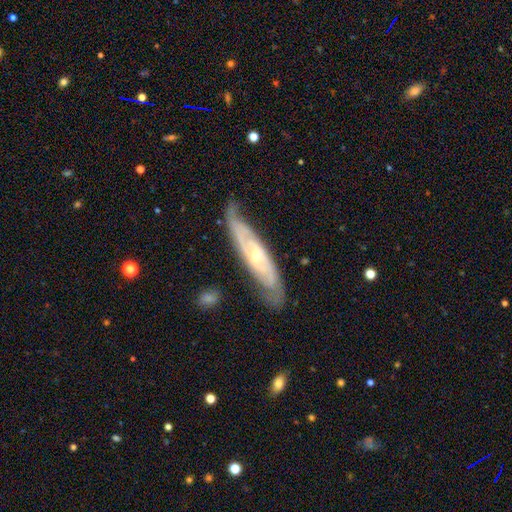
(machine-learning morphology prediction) smooth-or-featured: featured or disk: 82% | smooth: 12% | star or artifact: 5%
  disk-edge-on: no: 73% | yes: 27%
    bar: no: 58% | weak: 30% | strong: 12%
    has-spiral-arms: yes: 93% | no: 7%
      spiral-winding: tight: 54% | medium: 35% | loose: 12%
      spiral-arm-count: 2: 59% | can't tell: 27% | 3: 6% | 1: 3% | 4: 3% | more than 4: 2%
    bulge-size: small: 69% | moderate: 28% | none: 1% | large: 1% | dominant: 1%
  merging: none: 73% | minor disturbance: 19% | major disturbance: 6% | merger: 2%